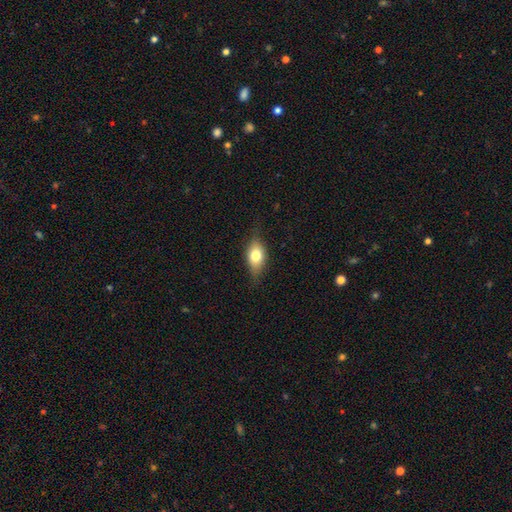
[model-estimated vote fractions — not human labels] A smooth galaxy with no disk features (70%) that is in between round and cigar-shaped (81%). Merging: none (74%).